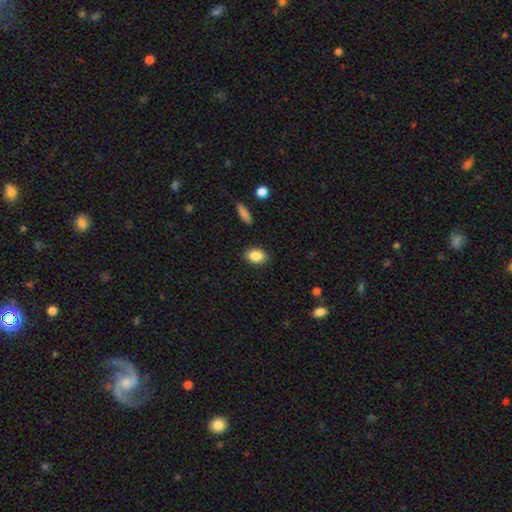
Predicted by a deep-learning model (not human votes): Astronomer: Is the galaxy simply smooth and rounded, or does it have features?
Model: smooth — 87%.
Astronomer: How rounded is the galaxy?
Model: in between — 76%.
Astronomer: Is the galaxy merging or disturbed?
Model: none — 87%.